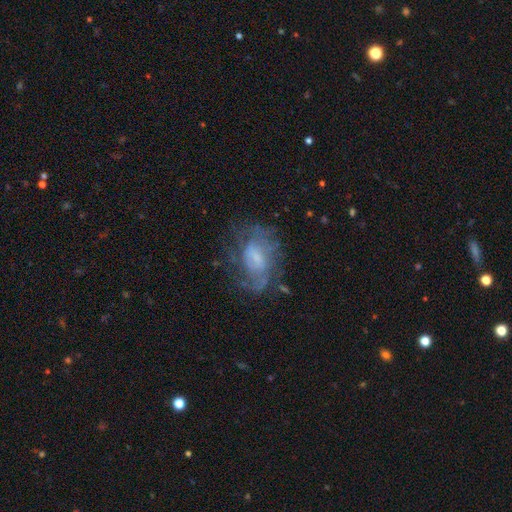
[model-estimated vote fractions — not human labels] Q: Smooth or featured?
A: featured or disk (61%); runner-up: smooth (22%)
Q: Edge-on disk?
A: no (95%); runner-up: yes (5%)
Q: Bar?
A: no (51%); runner-up: weak (40%)
Q: Spiral arms?
A: yes (76%); runner-up: no (24%)
Q: Bulge size?
A: small (36%); runner-up: moderate (33%)
Q: Merging?
A: none (61%); runner-up: minor disturbance (20%)